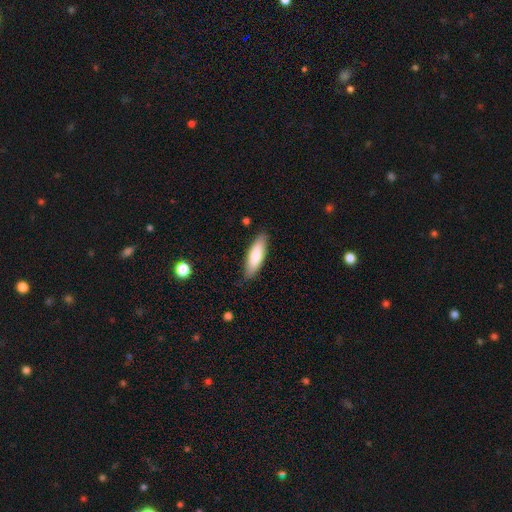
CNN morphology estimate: Smooth or featured: smooth — 80% (featured or disk — 14%)
How rounded: in between — 52% (cigar-shaped — 46%)
Merging: none — 83% (minor disturbance — 13%)